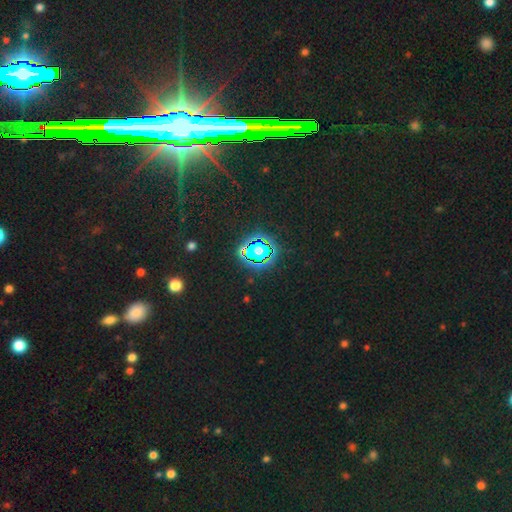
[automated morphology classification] This is clearly a star or artifact rather than a galaxy (83%).